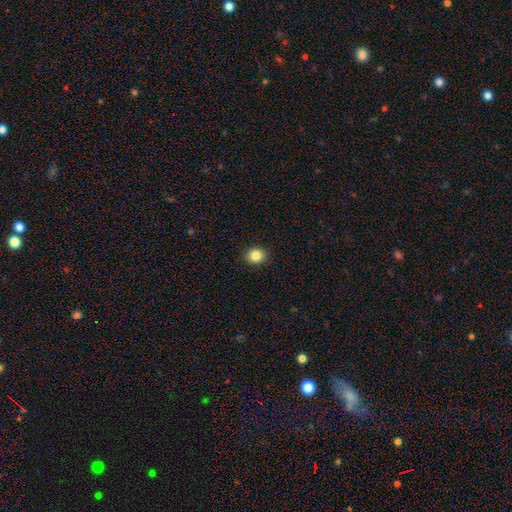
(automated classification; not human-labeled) smooth 85%, star or artifact 10%, featured or disk 5%. Down the decision tree: how rounded — round (76%); merging — none (92%).